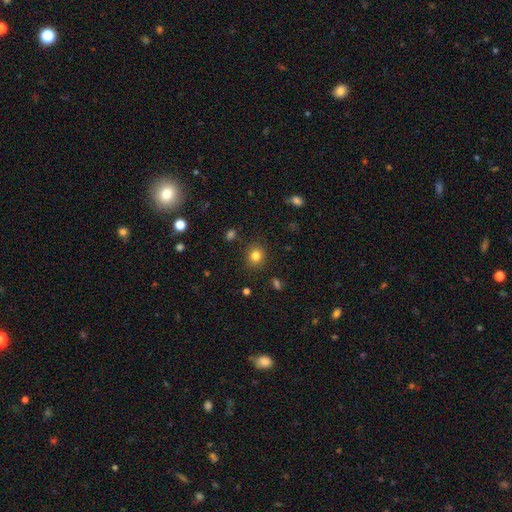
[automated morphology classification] Smooth or featured?
  - smooth: 82% *
  - star or artifact: 12%
  - featured or disk: 6%
How rounded?
  - round: 79% *
  - in between: 20%
  - cigar-shaped: 1%
Merging?
  - none: 88% *
  - minor disturbance: 8%
  - major disturbance: 3%
  - merger: 2%